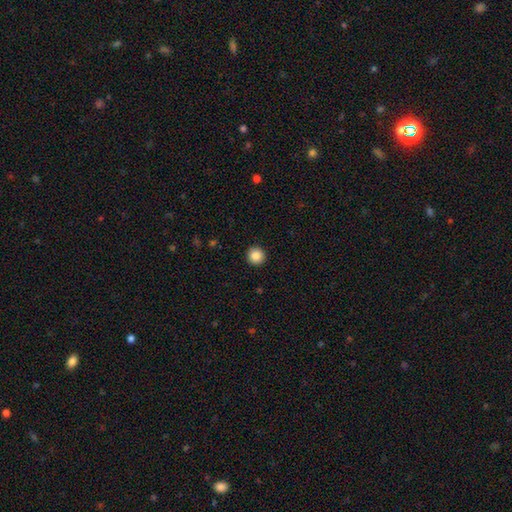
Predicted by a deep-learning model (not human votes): Smooth or featured? smooth (85%)
How rounded? round (96%)
Merging? none (94%)